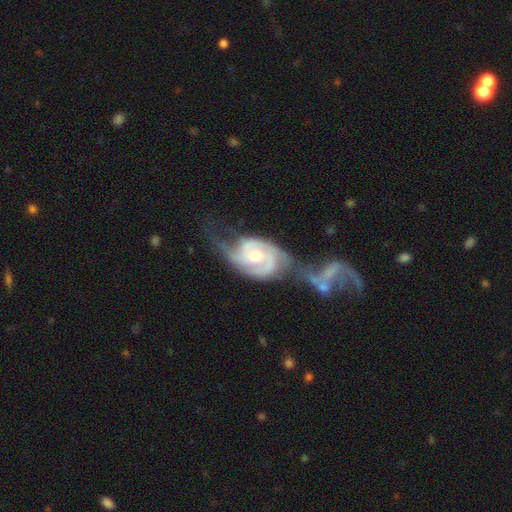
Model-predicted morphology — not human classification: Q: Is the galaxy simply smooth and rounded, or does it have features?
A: featured or disk — 88%.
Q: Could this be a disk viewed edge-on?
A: no — 97%.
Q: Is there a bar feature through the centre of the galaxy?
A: no — 59%.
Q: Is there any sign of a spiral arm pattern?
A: yes — 96%.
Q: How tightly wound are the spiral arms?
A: medium — 42%, tied with tight.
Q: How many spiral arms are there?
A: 2 — 66%.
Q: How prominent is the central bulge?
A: moderate — 57%.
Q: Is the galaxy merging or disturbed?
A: merger — 36%.